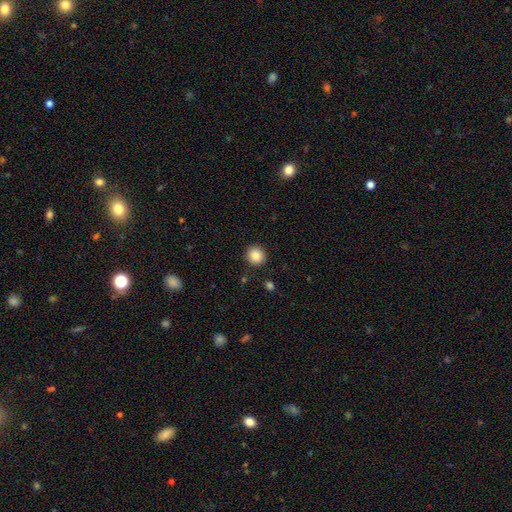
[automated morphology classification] Q: Smooth or featured?
A: smooth (87%); runner-up: star or artifact (9%)
Q: How rounded?
A: round (89%); runner-up: in between (10%)
Q: Merging?
A: none (90%); runner-up: minor disturbance (6%)